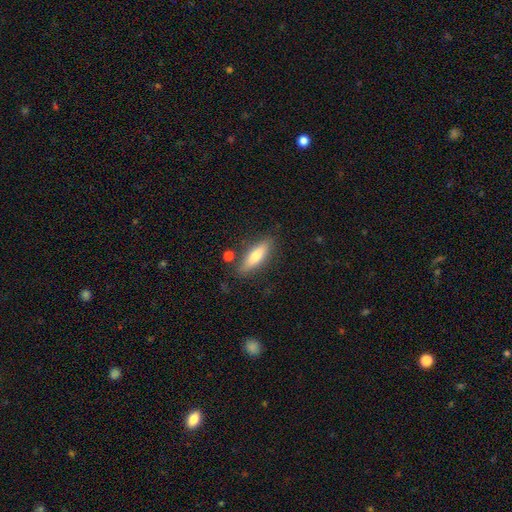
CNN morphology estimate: Smooth or featured?
  - smooth: 66% *
  - featured or disk: 27%
  - star or artifact: 7%
How rounded?
  - cigar-shaped: 56% *
  - in between: 42%
  - round: 2%
Merging?
  - none: 82% *
  - minor disturbance: 12%
  - merger: 4%
  - major disturbance: 3%